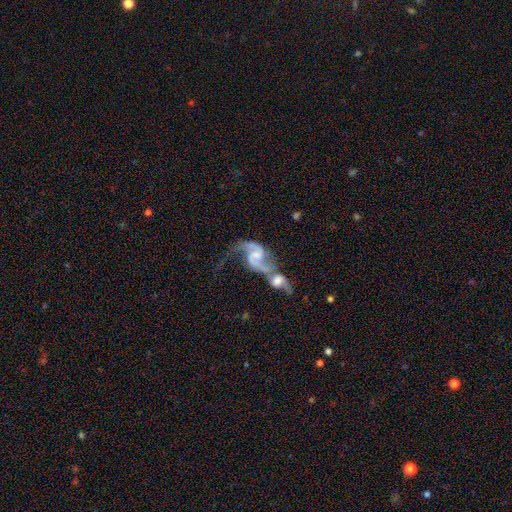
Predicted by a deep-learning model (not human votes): The model was most divided on "bulge size": small: 36%, moderate: 29%, none: 27%, large: 7%, dominant: 2%. Remaining: edge-on disk — no (97%); spiral arms — yes (96%); spiral arm count — 2 (91%); smooth or featured — featured or disk (88%); merging — merger (65%); spiral winding — loose (61%); bar — weak (47%).